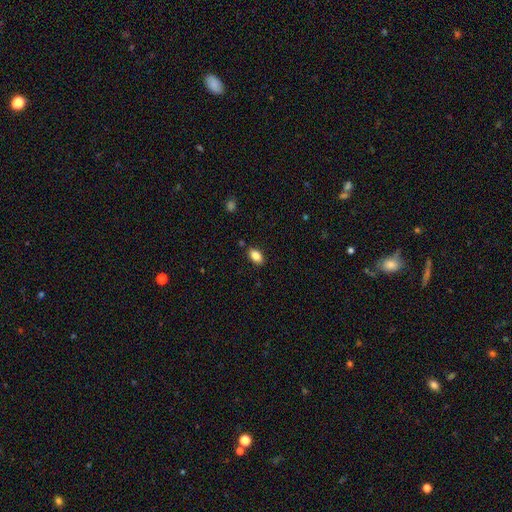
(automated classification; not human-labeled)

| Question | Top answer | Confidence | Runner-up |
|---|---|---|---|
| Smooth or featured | smooth | 86% | star or artifact (8%) |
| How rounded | in between | 90% | round (8%) |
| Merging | none | 86% | minor disturbance (10%) |